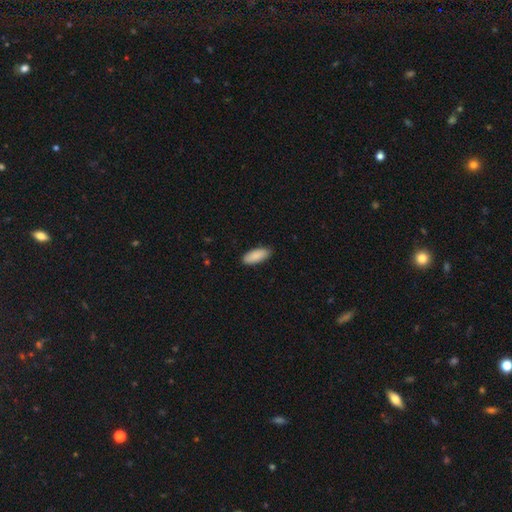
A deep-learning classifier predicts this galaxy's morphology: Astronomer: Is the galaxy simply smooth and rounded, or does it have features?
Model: smooth — 90%.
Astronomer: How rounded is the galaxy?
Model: in between — 82%.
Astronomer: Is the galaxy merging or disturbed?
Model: none — 87%.